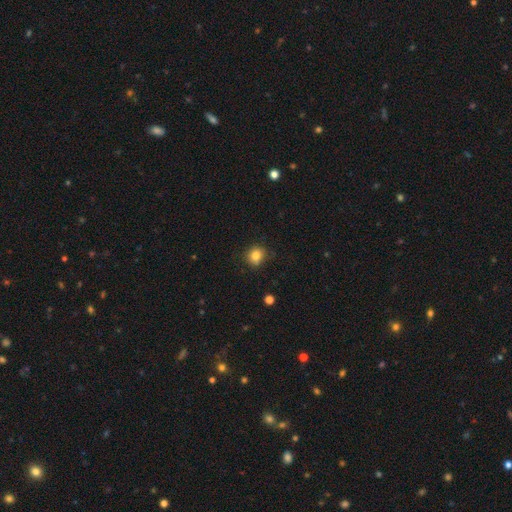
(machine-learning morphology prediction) smooth-or-featured: smooth: 83% | star or artifact: 11% | featured or disk: 6%
  how-rounded: round: 83% | in between: 16% | cigar-shaped: 1%
  merging: none: 84% | minor disturbance: 12% | major disturbance: 3% | merger: 1%